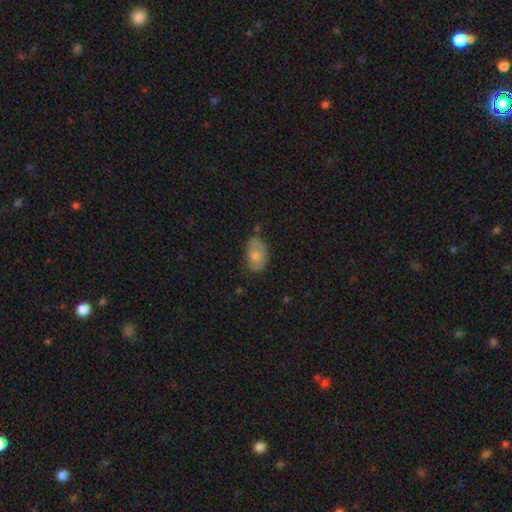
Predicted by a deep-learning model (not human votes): smooth 63%, featured or disk 29%, star or artifact 8%. Down the decision tree: how rounded — in between (87%); merging — none (65%).